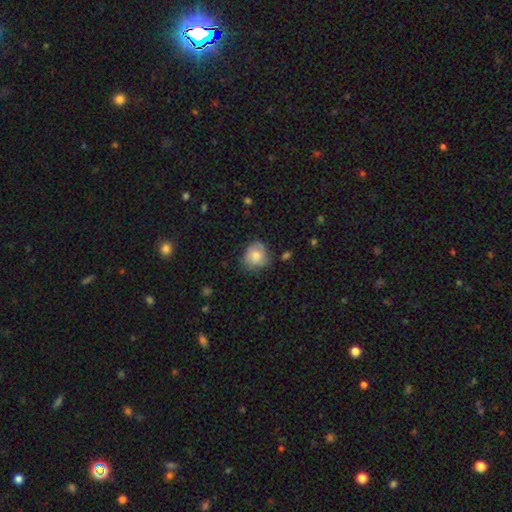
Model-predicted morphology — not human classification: smooth 73%, featured or disk 19%, star or artifact 8%. Down the decision tree: how rounded — round (73%); merging — none (62%).